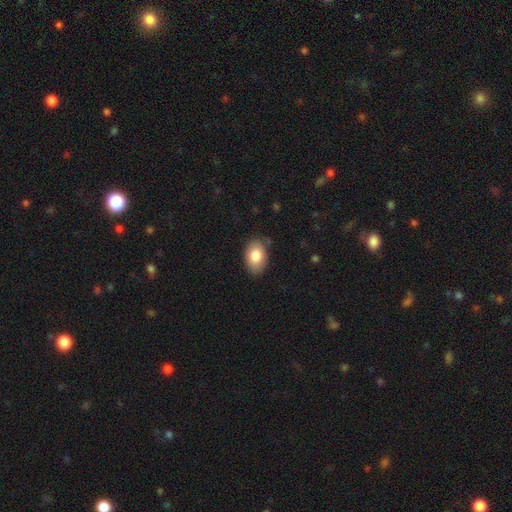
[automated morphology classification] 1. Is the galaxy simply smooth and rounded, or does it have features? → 82% smooth, 11% featured or disk, 7% star or artifact.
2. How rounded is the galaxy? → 86% in between, 13% round, 1% cigar-shaped.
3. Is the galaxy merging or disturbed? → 81% none, 15% minor disturbance, 3% major disturbance, 1% merger.